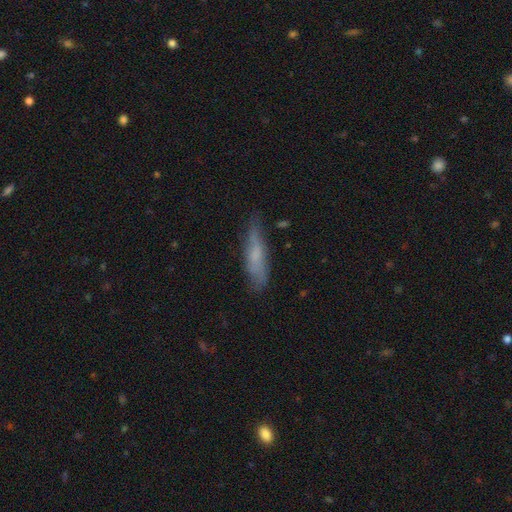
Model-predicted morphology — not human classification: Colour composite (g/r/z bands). It shows a smooth galaxy with no disk features (57%) that is cigar-shaped (72%). Merging: none (68%).